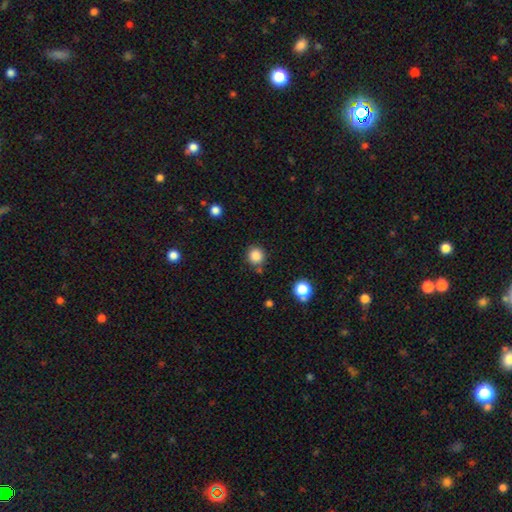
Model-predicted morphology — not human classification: A smooth galaxy with no disk features (86%) that is round (91%). Merging: none (82%).